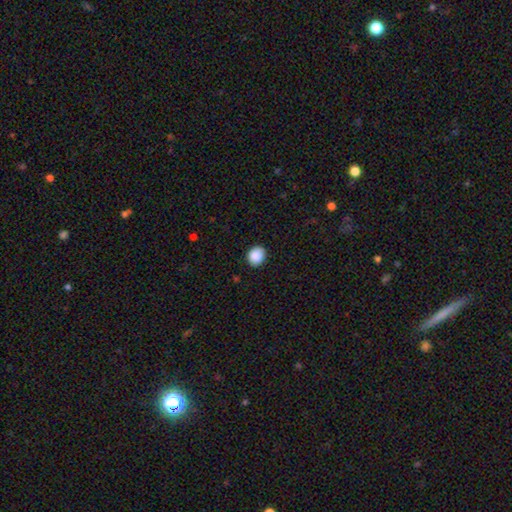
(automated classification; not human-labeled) smooth 89%, star or artifact 8%, featured or disk 3%. Down the decision tree: how rounded — round (59%); merging — none (86%).